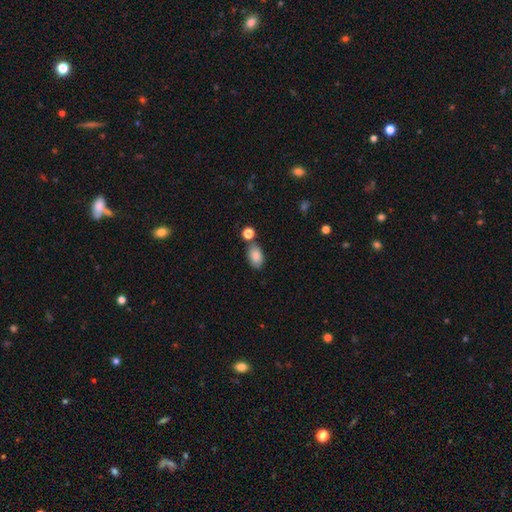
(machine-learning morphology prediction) Smooth or featured? smooth (85%)
How rounded? in between (89%)
Merging? none (67%)